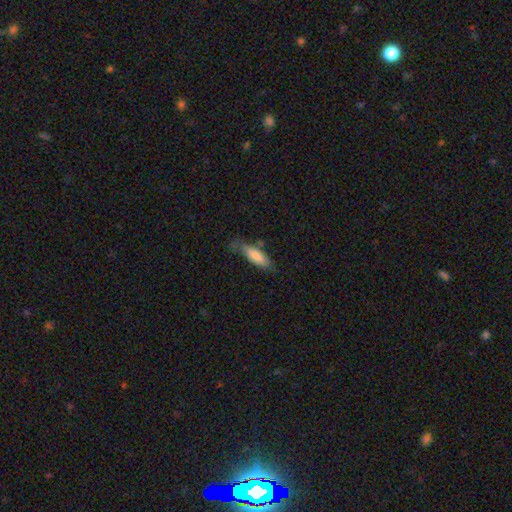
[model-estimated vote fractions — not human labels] Smooth or featured?
  - smooth: 80% *
  - featured or disk: 14%
  - star or artifact: 6%
How rounded?
  - in between: 55% *
  - cigar-shaped: 43%
  - round: 2%
Merging?
  - none: 55% *
  - minor disturbance: 31%
  - major disturbance: 10%
  - merger: 4%